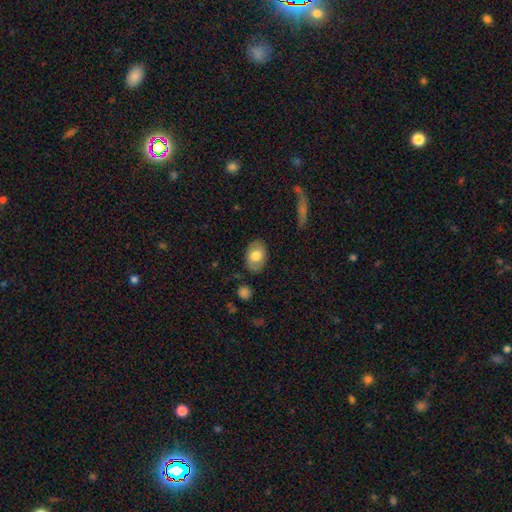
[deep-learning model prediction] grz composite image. It shows a smooth galaxy with no disk features (73%) that is in between round and cigar-shaped (81%). Merging: none (84%).